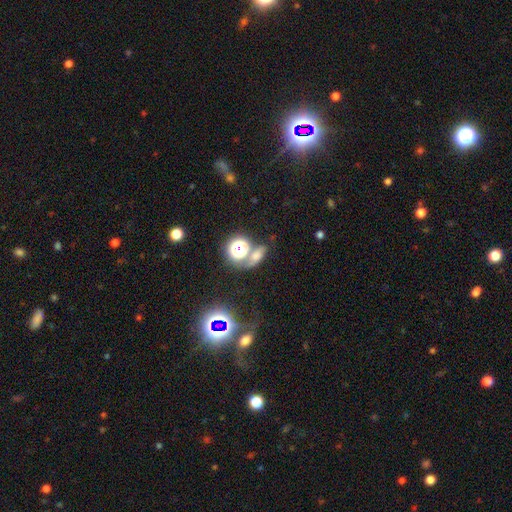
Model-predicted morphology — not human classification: Smooth or featured?
  - smooth: 53% *
  - star or artifact: 32%
  - featured or disk: 15%
How rounded?
  - in between: 54% *
  - round: 35%
  - cigar-shaped: 11%
Merging?
  - none: 56% *
  - merger: 22%
  - minor disturbance: 14%
  - major disturbance: 8%